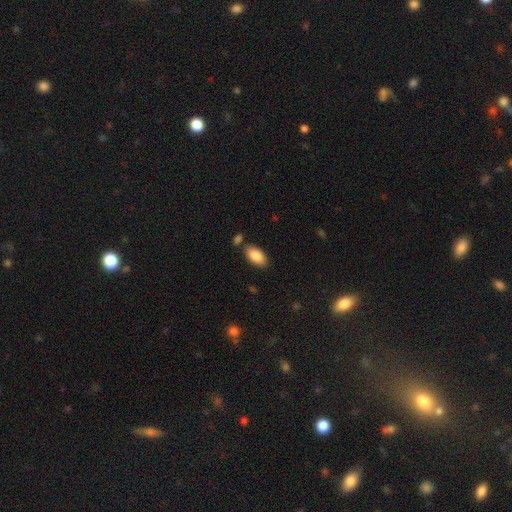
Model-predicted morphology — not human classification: The model was most divided on "merging": none: 79%, minor disturbance: 11%, merger: 7%, major disturbance: 3%. More confident: how rounded — in between (94%); smooth or featured — smooth (87%).